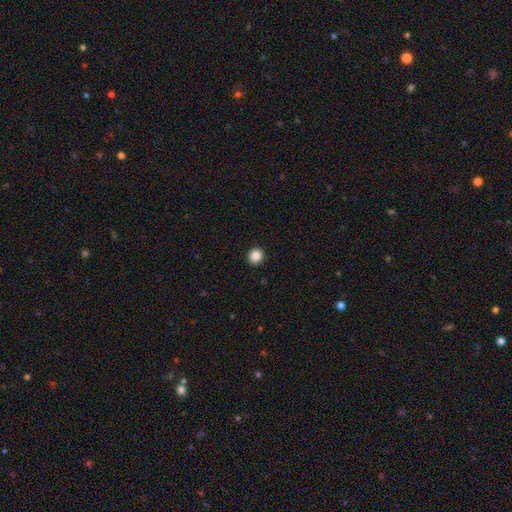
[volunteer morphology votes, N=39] type=smooth (90%); roundness=round (91%); merging=none (95%).